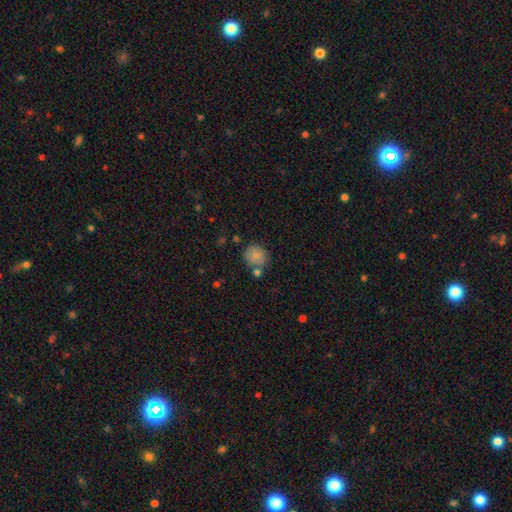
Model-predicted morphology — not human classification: A smooth galaxy with no disk features (82%) that is round (81%). Merging: none (64%).